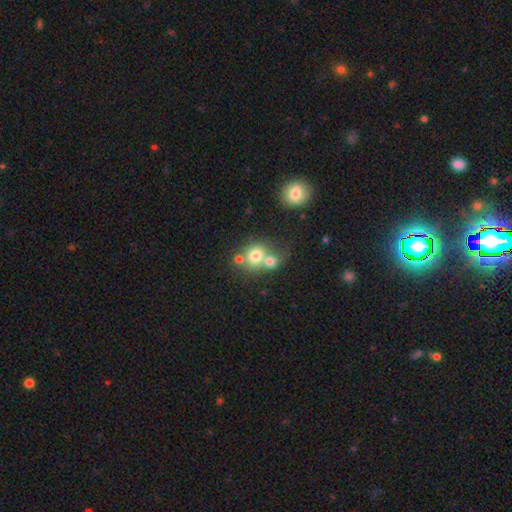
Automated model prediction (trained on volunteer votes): Smooth or featured? Predicted: smooth (p=0.73). How rounded? Predicted: round (p=0.72). Merging? Predicted: merger (p=0.56).